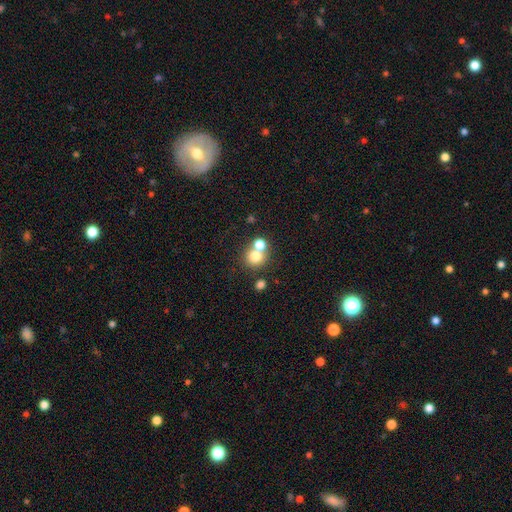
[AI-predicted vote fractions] The model was most divided on "merging": none: 49%, merger: 42%, minor disturbance: 6%, major disturbance: 3%. More confident: how rounded — round (86%); smooth or featured — smooth (74%).